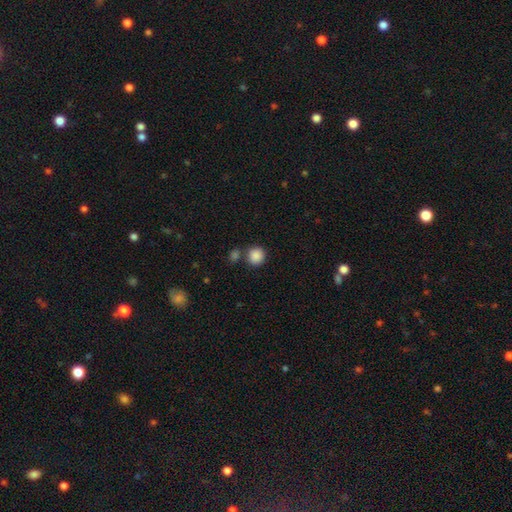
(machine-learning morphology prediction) type=smooth (88%); roundness=round (90%); merging=none (71%).